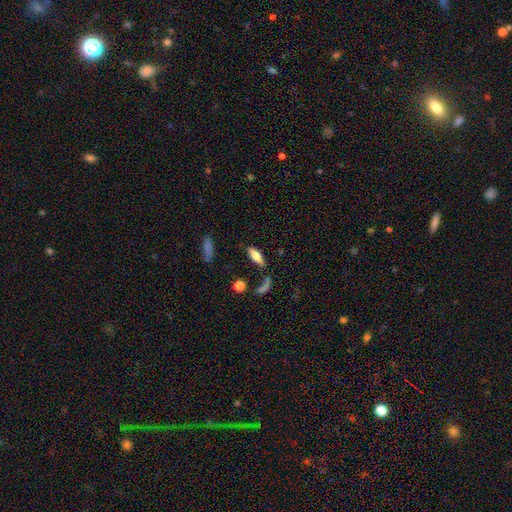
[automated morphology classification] Q: Smooth or featured?
A: smooth (68%); runner-up: featured or disk (24%)
Q: How rounded?
A: in between (61%); runner-up: cigar-shaped (36%)
Q: Merging?
A: none (64%); runner-up: minor disturbance (17%)